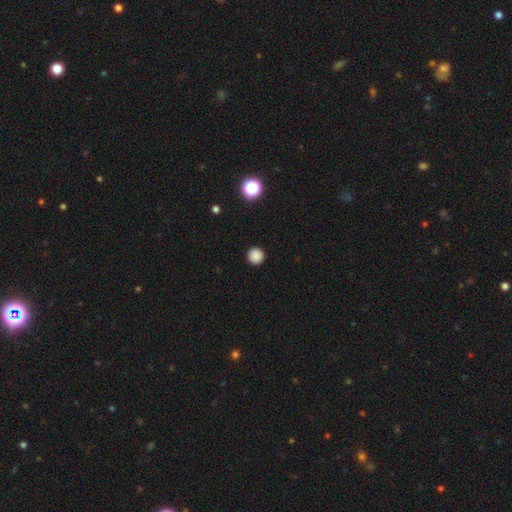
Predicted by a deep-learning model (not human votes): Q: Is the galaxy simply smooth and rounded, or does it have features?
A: smooth — 86%.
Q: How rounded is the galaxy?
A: round — 96%.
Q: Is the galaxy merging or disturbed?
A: none — 93%.